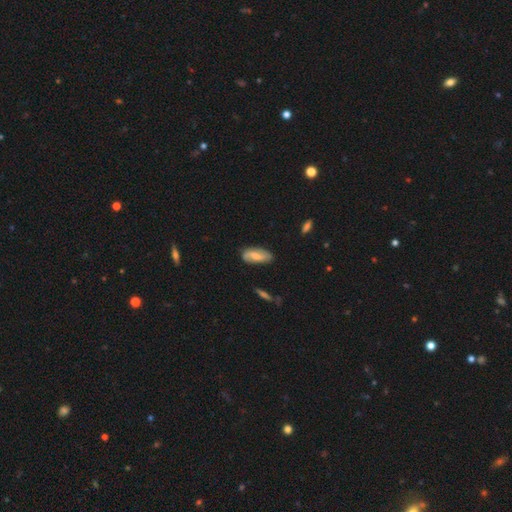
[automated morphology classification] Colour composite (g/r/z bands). It shows a smooth galaxy with no disk features (49%). Merging: none (77%).